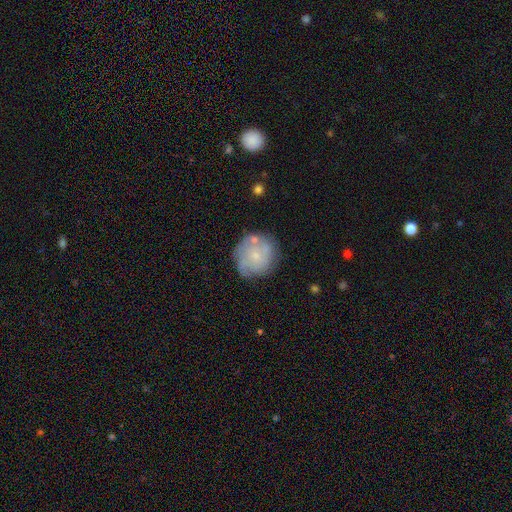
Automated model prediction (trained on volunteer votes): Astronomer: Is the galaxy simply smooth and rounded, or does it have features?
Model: smooth — 50% (runner-up: featured or disk, 42%).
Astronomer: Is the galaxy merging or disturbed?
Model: none — 65%.